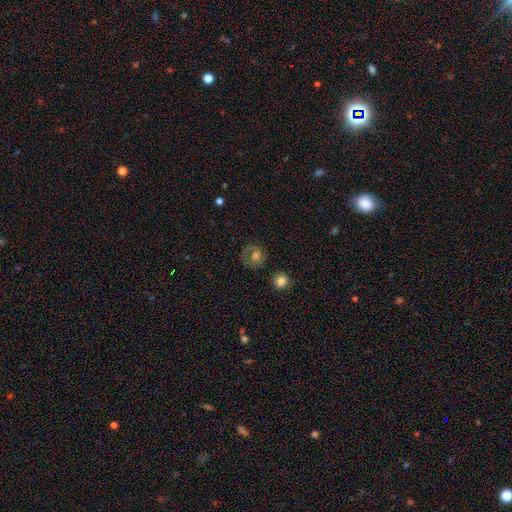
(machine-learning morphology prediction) type=smooth (54%); roundness=round (79%); merging=none (70%).